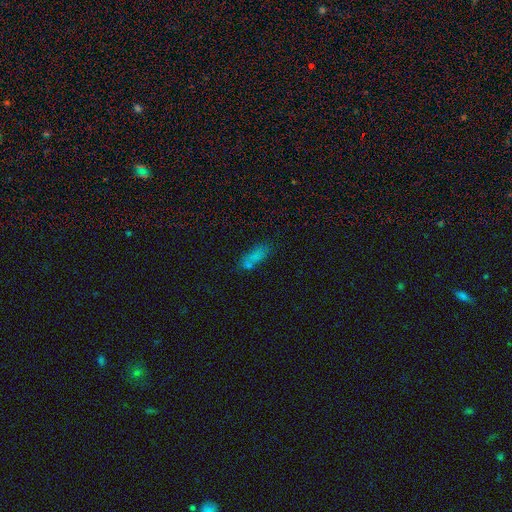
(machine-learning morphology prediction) Overall: smooth (72%). How rounded: in between (71%). Merging: none (57%; merger 19%).